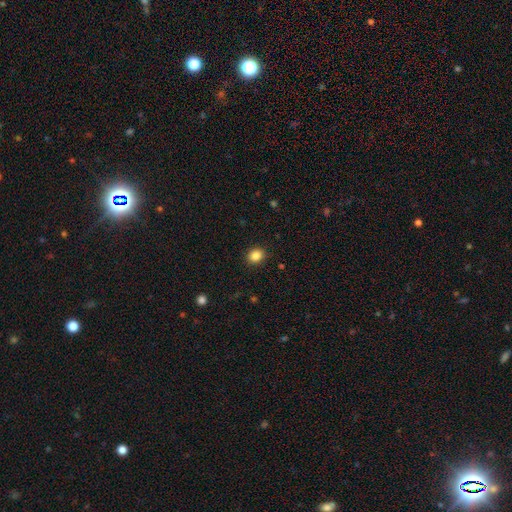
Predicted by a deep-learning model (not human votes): smooth 86%, star or artifact 10%, featured or disk 4%. Down the decision tree: how rounded — round (58%); merging — none (90%).